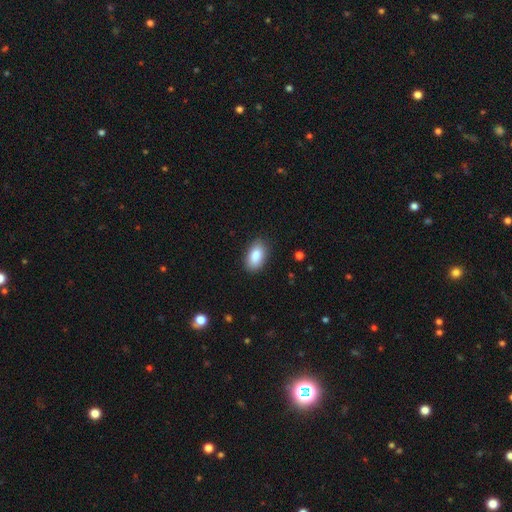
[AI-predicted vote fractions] Smooth or featured: smooth — 88% (star or artifact — 7%)
How rounded: in between — 93% (round — 4%)
Merging: none — 86% (minor disturbance — 10%)